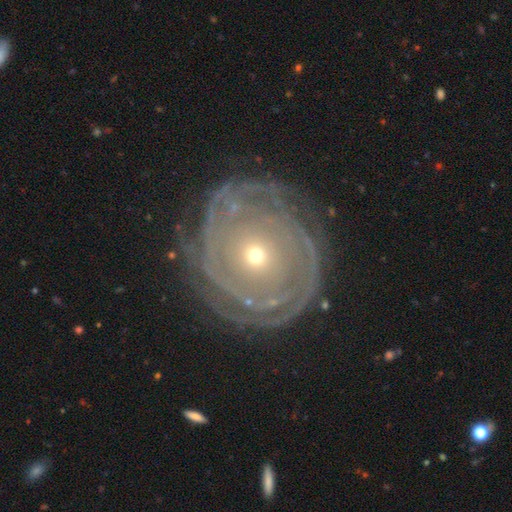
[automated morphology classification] smooth-or-featured: featured or disk: 84% | smooth: 9% | star or artifact: 7%
  disk-edge-on: no: 97% | yes: 3%
    bar: no: 85% | weak: 10% | strong: 5%
    has-spiral-arms: yes: 88% | no: 12%
      spiral-winding: tight: 81% | medium: 14% | loose: 5%
      spiral-arm-count: can't tell: 31% | 2: 23% | 3: 15% | 4: 12% | more than 4: 11% | 1: 8%
    bulge-size: small: 72% | moderate: 25% | large: 2% | dominant: 1% | none: 1%
  merging: none: 73% | minor disturbance: 16% | major disturbance: 9% | merger: 2%